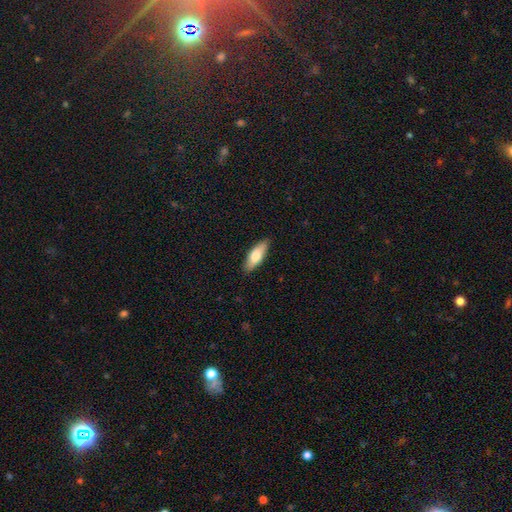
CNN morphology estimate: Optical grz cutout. It shows a smooth galaxy with no disk features (74%) that is in between round and cigar-shaped (68%). Merging: none (87%).